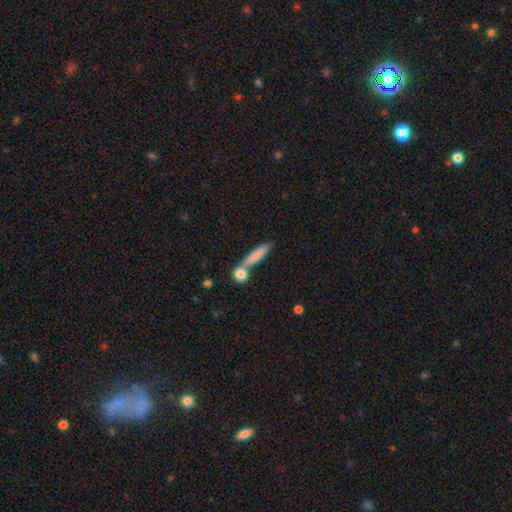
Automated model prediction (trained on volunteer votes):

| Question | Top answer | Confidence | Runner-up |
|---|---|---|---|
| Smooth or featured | smooth | 77% | featured or disk (16%) |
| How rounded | cigar-shaped | 77% | in between (17%) |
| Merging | none | 53% | merger (30%) |